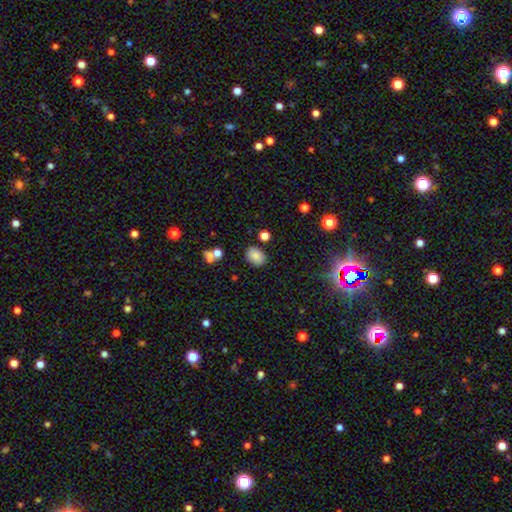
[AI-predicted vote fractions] Morphology: type=smooth (82%); roundness=in between (62%); merging=none (79%).